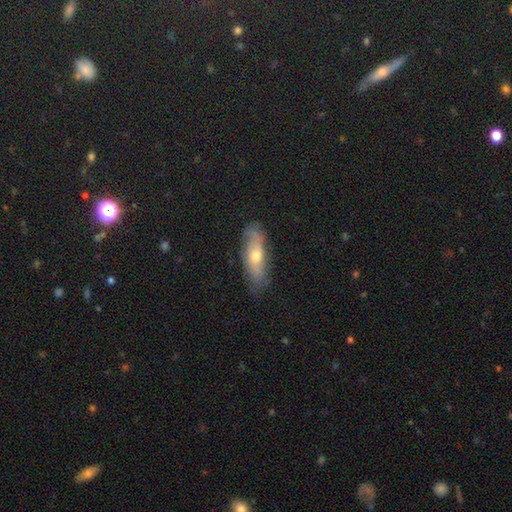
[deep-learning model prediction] smooth-or-featured: featured or disk: 46% | smooth: 43% | star or artifact: 11%
  merging: none: 78% | minor disturbance: 17% | major disturbance: 4% | merger: 1%